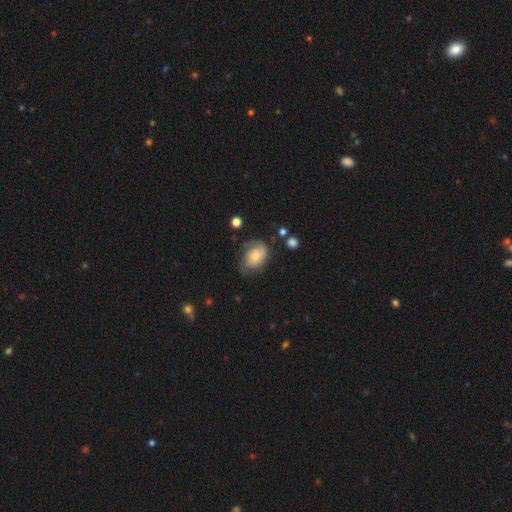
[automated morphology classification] Smooth or featured: smooth — 54% (featured or disk — 38%)
How rounded: in between — 79% (round — 20%)
Merging: none — 58% (minor disturbance — 27%)